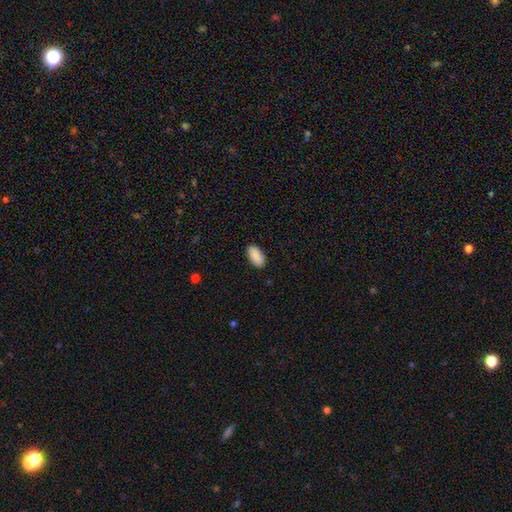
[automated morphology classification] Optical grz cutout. It shows a smooth galaxy with no disk features (90%) that is in between round and cigar-shaped (94%). Merging: none (88%).